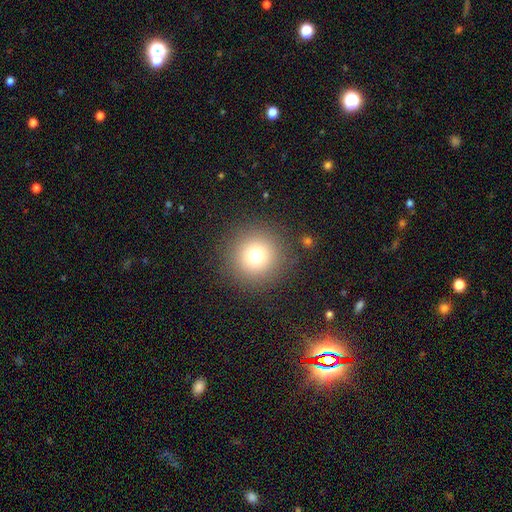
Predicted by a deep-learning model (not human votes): A smooth galaxy with no disk features (75%) that is round (96%). Merging: none (89%).